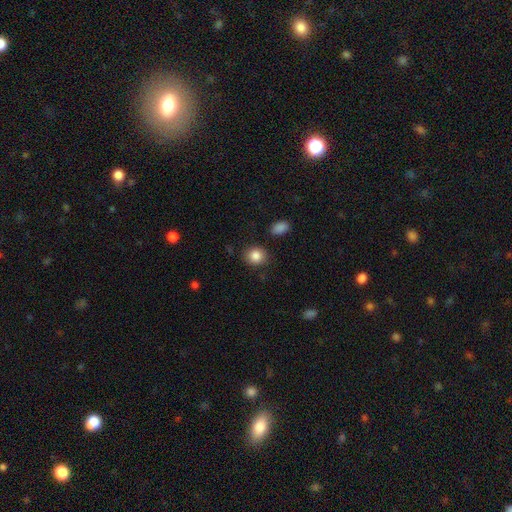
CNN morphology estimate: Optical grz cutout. It shows a smooth galaxy with no disk features (86%) that is round (73%). Merging: none (86%).